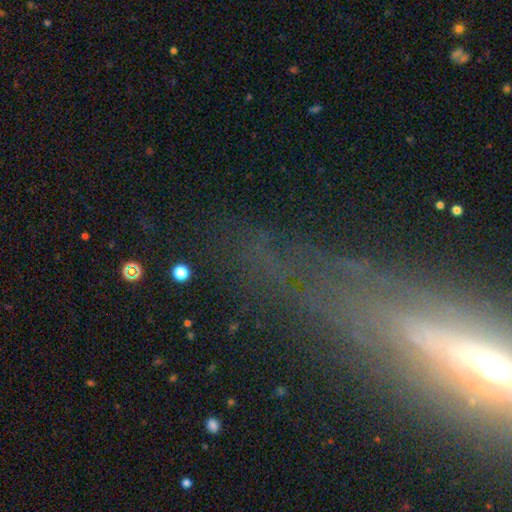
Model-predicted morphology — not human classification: Smooth or featured? Predicted: star or artifact (p=0.44).